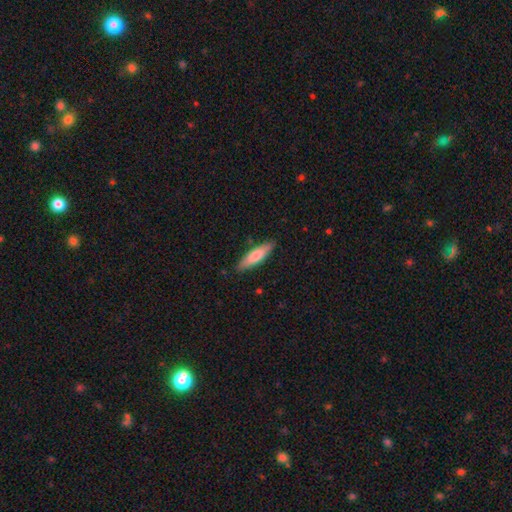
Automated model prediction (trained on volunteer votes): A smooth galaxy with no disk features (74%) that is cigar-shaped (66%).

Vote fractions:
- Smooth or featured? smooth: 74% / featured or disk: 21% / star or artifact: 5%
- How rounded? cigar-shaped: 66% / in between: 32% / round: 1%
- Merging? none: 86% / minor disturbance: 10% / major disturbance: 2% / merger: 1%